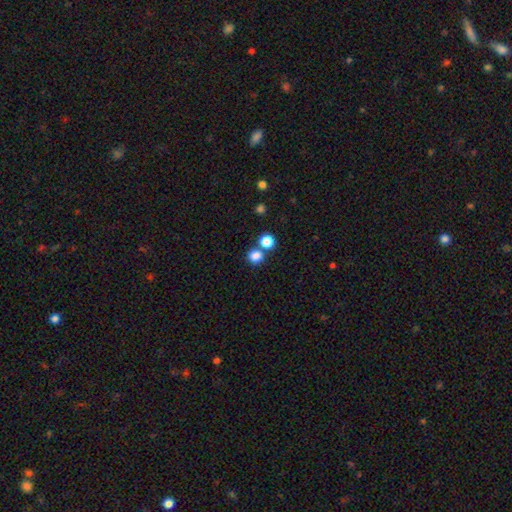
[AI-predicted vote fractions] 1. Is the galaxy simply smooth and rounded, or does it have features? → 83% smooth, 12% star or artifact, 5% featured or disk.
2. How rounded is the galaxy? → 77% round, 22% in between, 1% cigar-shaped.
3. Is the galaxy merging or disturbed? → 58% none, 32% merger, 8% minor disturbance, 3% major disturbance.